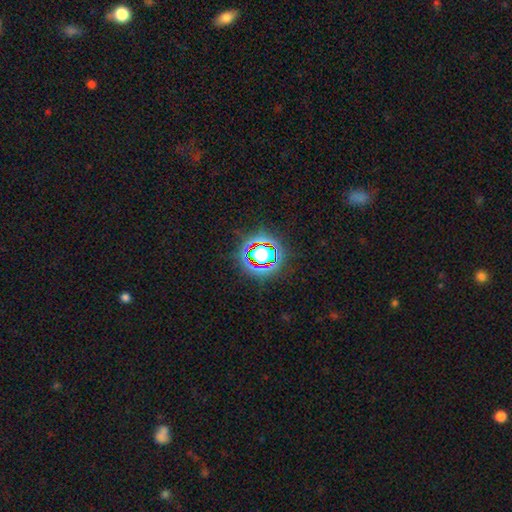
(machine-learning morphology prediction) Smooth or featured? Predicted: star or artifact (p=0.78).